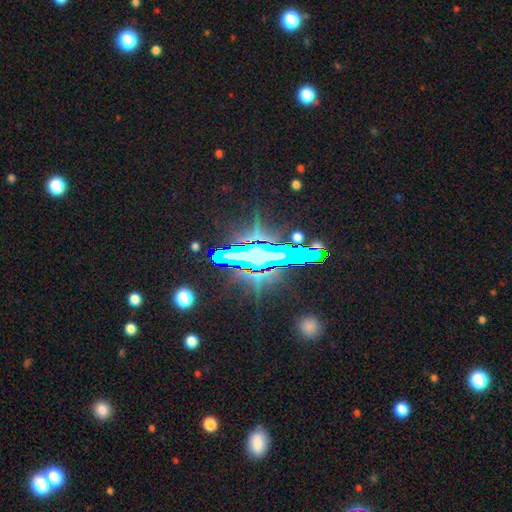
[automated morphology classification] Smooth or featured? star or artifact (67%)